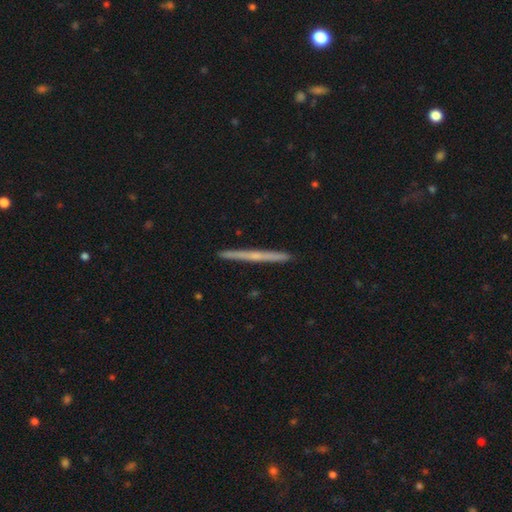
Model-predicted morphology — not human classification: Q: Smooth or featured?
A: featured or disk (62%); runner-up: smooth (32%)
Q: Edge-on disk?
A: yes (98%); runner-up: no (2%)
Q: Edge-on bulge?
A: none (61%); runner-up: rounded (35%)
Q: Merging?
A: none (92%); runner-up: minor disturbance (6%)